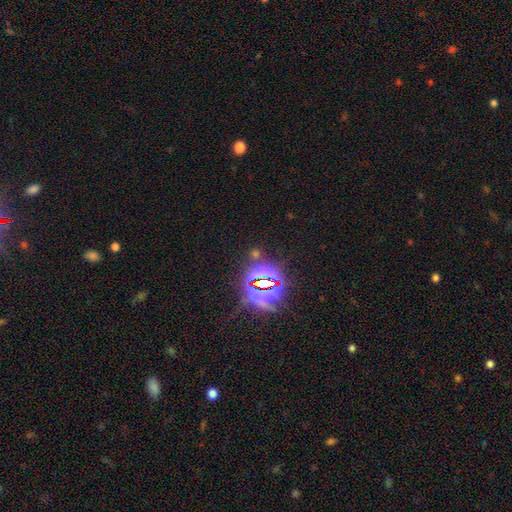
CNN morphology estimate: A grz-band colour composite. It shows a star or artifact, not a galaxy (81%).